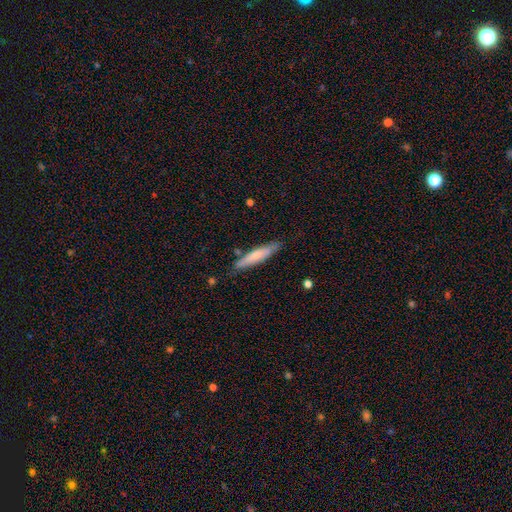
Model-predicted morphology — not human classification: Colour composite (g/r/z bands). It shows a smooth galaxy with no disk features (65%) that is cigar-shaped (87%). Merging: none (80%).